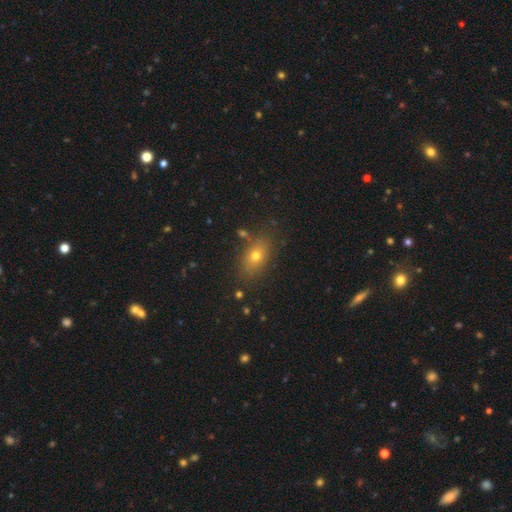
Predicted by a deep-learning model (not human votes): A smooth galaxy with no disk features (67%) that is in between round and cigar-shaped (73%).

Vote fractions:
- Smooth or featured? smooth: 67% / star or artifact: 18% / featured or disk: 15%
- How rounded? in between: 73% / round: 24% / cigar-shaped: 3%
- Merging? none: 81% / minor disturbance: 11% / merger: 4% / major disturbance: 3%